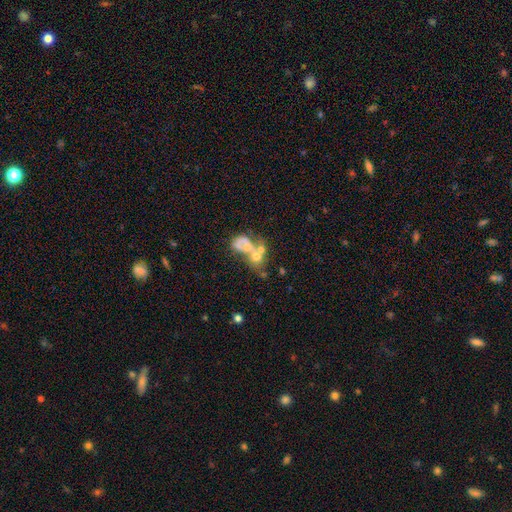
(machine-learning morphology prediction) Smooth or featured? Predicted: featured or disk (p=0.45). Merging? Predicted: merger (p=0.56).